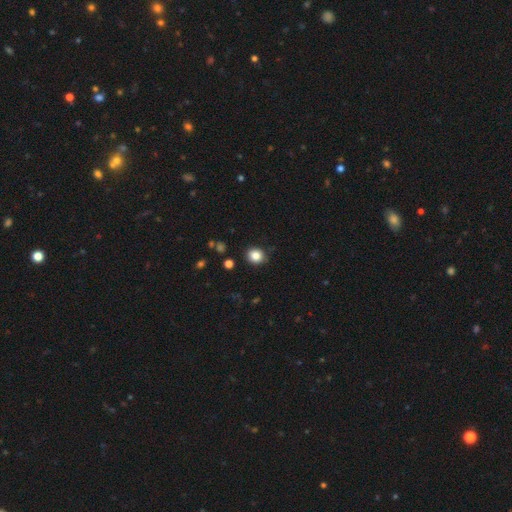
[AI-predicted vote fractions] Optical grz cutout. It shows a smooth galaxy with no disk features (84%) that is round (80%). Merging: none (87%).